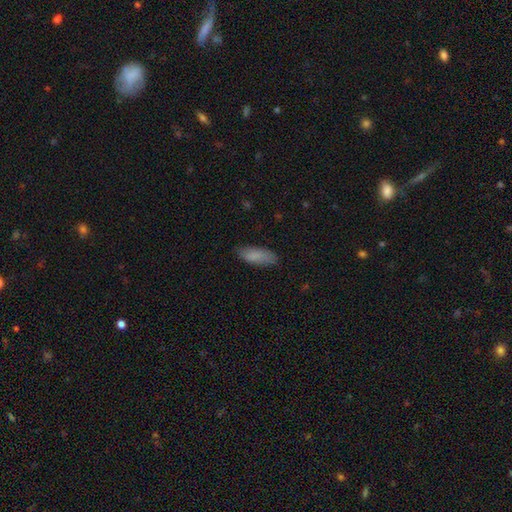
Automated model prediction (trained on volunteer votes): Q: Smooth or featured?
A: smooth (84%); runner-up: featured or disk (9%)
Q: How rounded?
A: in between (67%); runner-up: cigar-shaped (31%)
Q: Merging?
A: none (79%); runner-up: minor disturbance (16%)